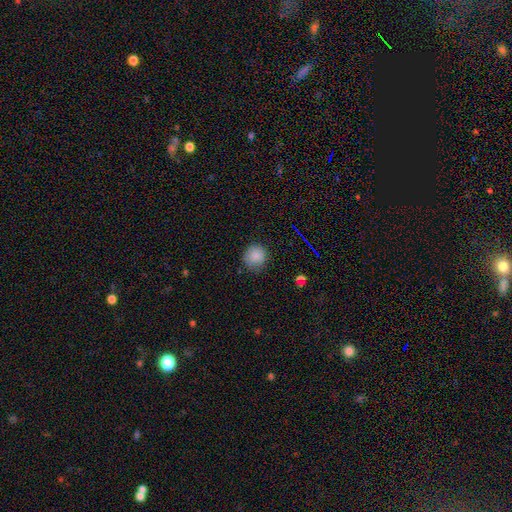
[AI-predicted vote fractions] A smooth galaxy with no disk features (83%) that is round (90%). Merging: none (79%).